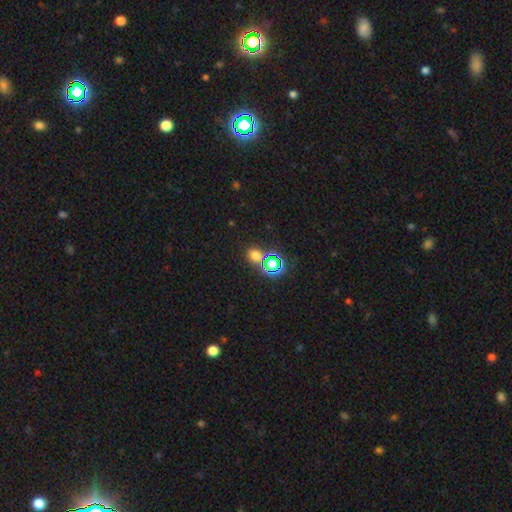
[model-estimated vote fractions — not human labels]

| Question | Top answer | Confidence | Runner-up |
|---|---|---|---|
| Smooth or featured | smooth | 63% | star or artifact (31%) |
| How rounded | round | 74% | in between (25%) |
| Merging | none | 75% | merger (13%) |